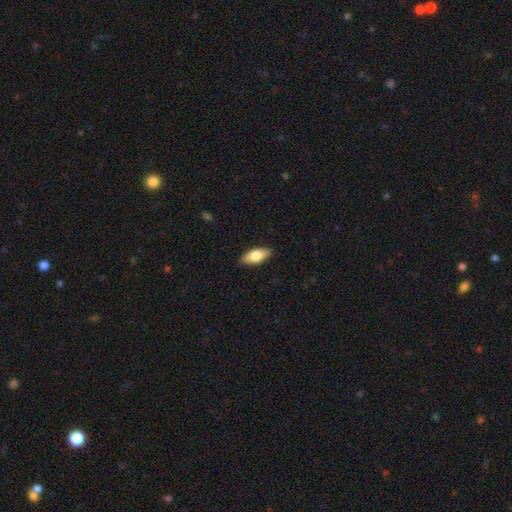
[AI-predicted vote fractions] A smooth galaxy with no disk features (73%) that is in between round and cigar-shaped (84%).

Vote fractions:
- Smooth or featured? smooth: 73% / featured or disk: 21% / star or artifact: 6%
- How rounded? in between: 84% / cigar-shaped: 13% / round: 3%
- Merging? none: 87% / minor disturbance: 10% / major disturbance: 2% / merger: 1%